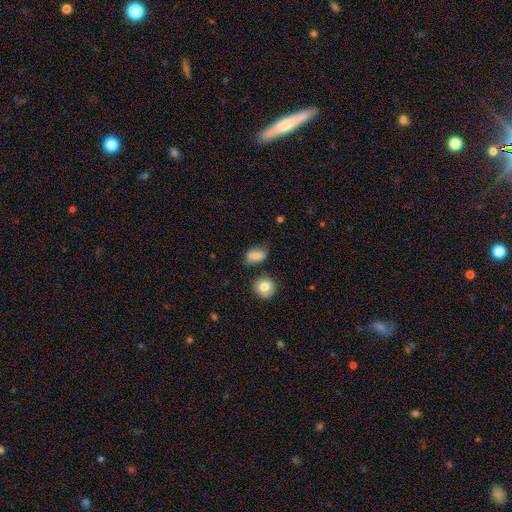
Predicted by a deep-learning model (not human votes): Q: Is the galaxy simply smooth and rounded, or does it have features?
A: smooth — 76%.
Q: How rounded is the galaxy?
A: in between — 80%.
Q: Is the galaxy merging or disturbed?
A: none — 64%.